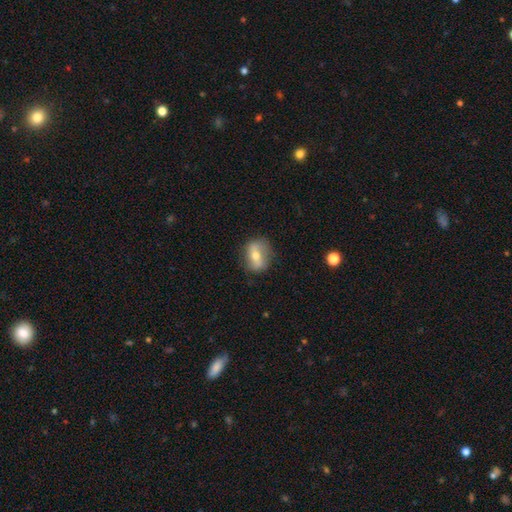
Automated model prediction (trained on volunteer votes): Smooth or featured? smooth (47%)
Merging? none (75%)